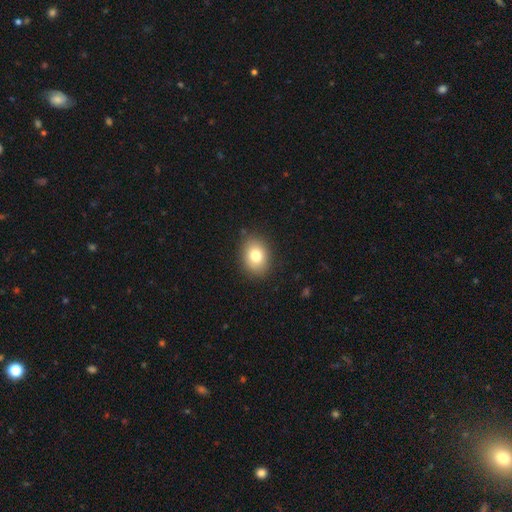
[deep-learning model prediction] Morphology: type=smooth (79%); roundness=in between (62%); merging=none (86%).